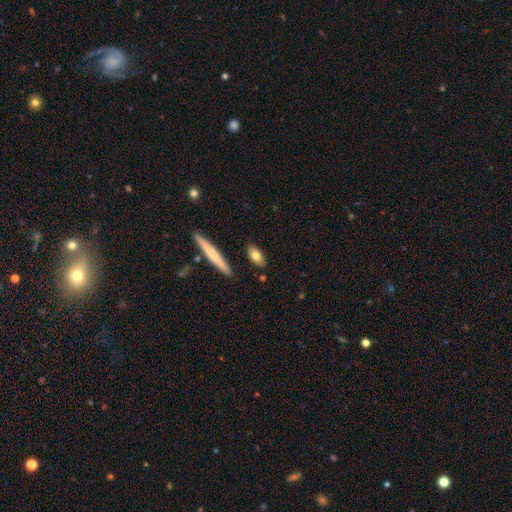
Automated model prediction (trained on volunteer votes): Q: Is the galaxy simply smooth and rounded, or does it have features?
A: smooth — 74%.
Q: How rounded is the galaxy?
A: in between — 78%.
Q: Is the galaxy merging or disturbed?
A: none — 85%.